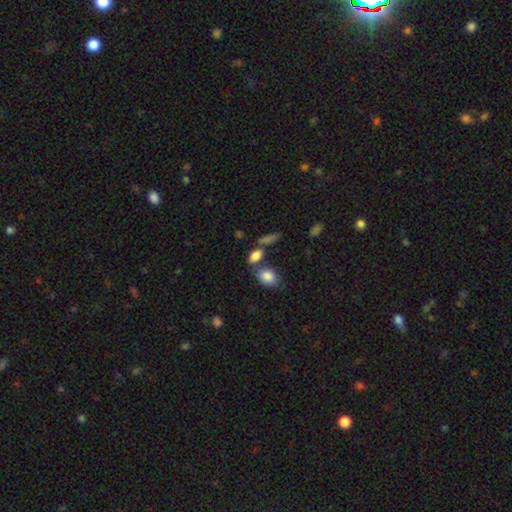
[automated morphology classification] A smooth galaxy with no disk features (82%) that is in between round and cigar-shaped (82%).

Vote fractions:
- Smooth or featured? smooth: 82% / star or artifact: 9% / featured or disk: 9%
- How rounded? in between: 82% / round: 12% / cigar-shaped: 6%
- Merging? none: 54% / merger: 27% / minor disturbance: 13% / major disturbance: 6%